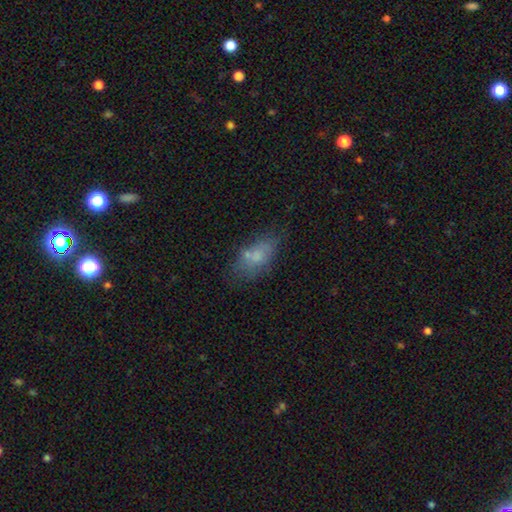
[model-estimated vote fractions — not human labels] Smooth or featured?
  - smooth: 67% *
  - featured or disk: 22%
  - star or artifact: 11%
How rounded?
  - in between: 86% *
  - cigar-shaped: 8%
  - round: 6%
Merging?
  - none: 54% *
  - minor disturbance: 23%
  - merger: 12%
  - major disturbance: 11%